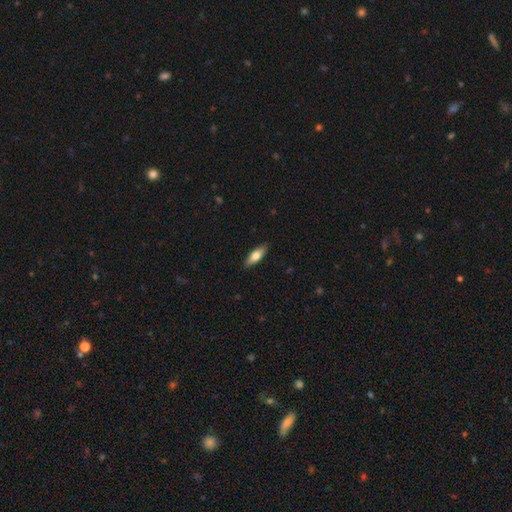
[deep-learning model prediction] smooth_or_featured: smooth (p=0.70) [alt: featured or disk p=0.24]
how_rounded: in between (p=0.62) [alt: cigar-shaped p=0.36]
merging: none (p=0.89) [alt: minor disturbance p=0.09]